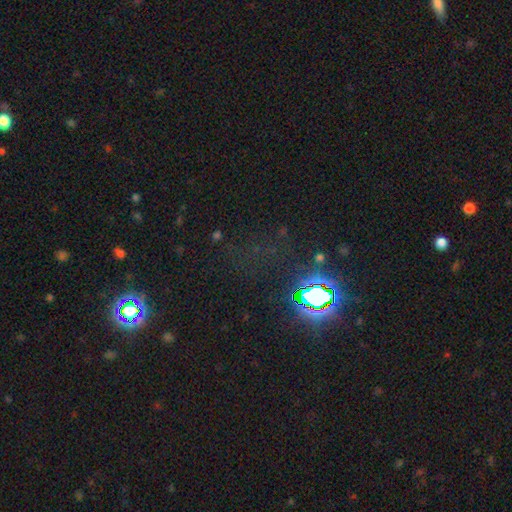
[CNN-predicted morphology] Smooth or featured?
  - star or artifact: 78% *
  - smooth: 14%
  - featured or disk: 8%